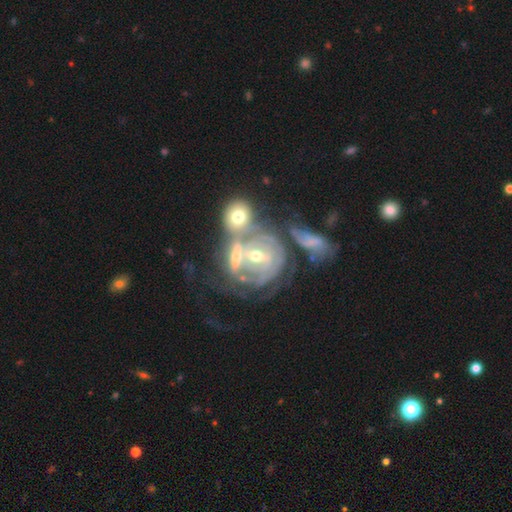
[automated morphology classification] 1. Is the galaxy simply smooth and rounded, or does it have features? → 77% featured or disk, 14% smooth, 10% star or artifact.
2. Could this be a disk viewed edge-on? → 96% no, 4% yes.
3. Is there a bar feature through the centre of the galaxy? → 55% no, 29% weak, 15% strong.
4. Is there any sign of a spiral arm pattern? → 75% yes, 25% no.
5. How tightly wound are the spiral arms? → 64% tight, 26% medium, 10% loose.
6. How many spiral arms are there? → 51% can't tell, 24% 2, 11% 3, 6% 1, 4% 4, 4% more than 4.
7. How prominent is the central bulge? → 52% moderate, 41% small, 4% large, 2% none, 1% dominant.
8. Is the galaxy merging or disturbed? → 59% merger, 21% none, 11% major disturbance, 9% minor disturbance.